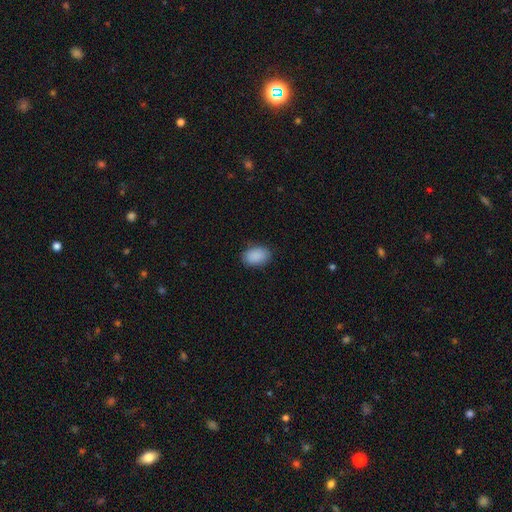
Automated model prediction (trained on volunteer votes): A smooth galaxy with no disk features (90%) that is in between round and cigar-shaped (88%).

Vote fractions:
- Smooth or featured? smooth: 90% / star or artifact: 7% / featured or disk: 3%
- How rounded? in between: 88% / round: 11% / cigar-shaped: 1%
- Merging? none: 86% / minor disturbance: 11% / major disturbance: 2% / merger: 1%